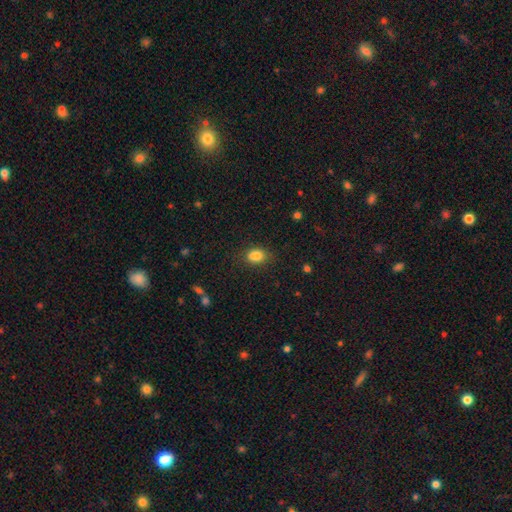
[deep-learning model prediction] A smooth galaxy with no disk features (83%) that is in between round and cigar-shaped (72%). Merging: none (71%).